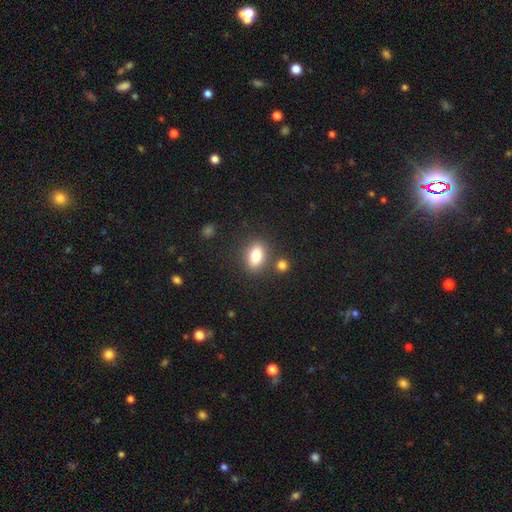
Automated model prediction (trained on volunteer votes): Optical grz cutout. It shows a smooth galaxy with no disk features (82%) that is in between round and cigar-shaped (80%). Merging: none (77%).